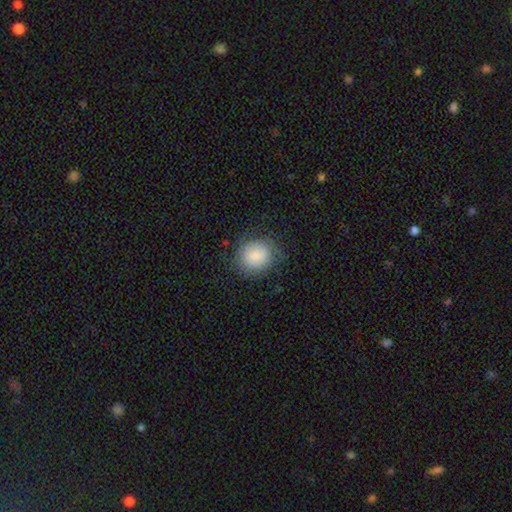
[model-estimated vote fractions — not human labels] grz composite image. It shows a smooth galaxy with no disk features (84%) that is round (79%). Merging: none (71%).